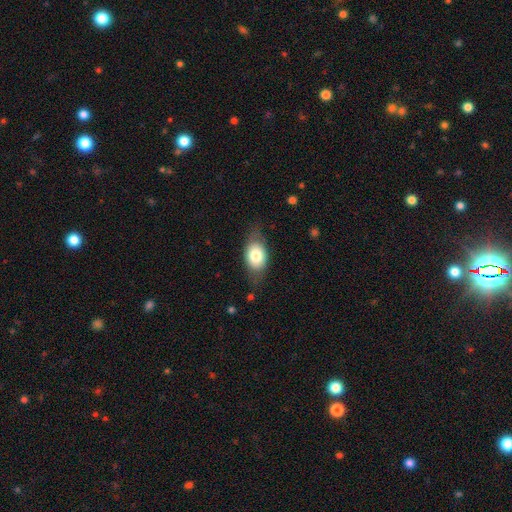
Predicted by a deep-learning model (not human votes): A smooth galaxy with no disk features (74%) that is in between round and cigar-shaped (82%). Merging: none (69%).